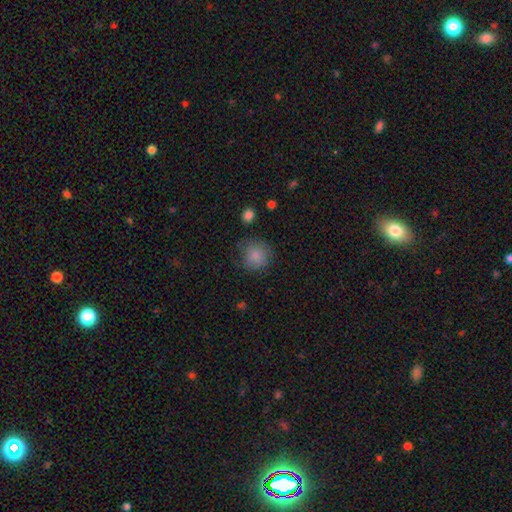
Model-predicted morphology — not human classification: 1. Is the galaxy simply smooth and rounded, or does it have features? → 84% smooth, 9% star or artifact, 6% featured or disk.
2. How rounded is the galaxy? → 89% round, 10% in between, 1% cigar-shaped.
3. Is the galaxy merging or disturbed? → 73% none, 19% minor disturbance, 6% major disturbance, 2% merger.